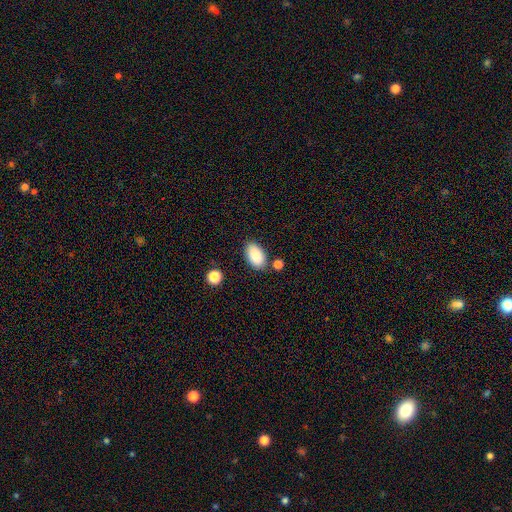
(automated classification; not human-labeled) A smooth galaxy with no disk features (88%) that is in between round and cigar-shaped (94%). Merging: none (77%).